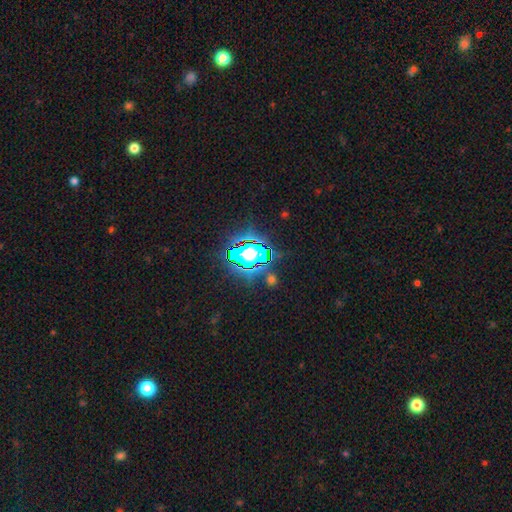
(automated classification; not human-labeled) Morphology: type=star or artifact (76%).